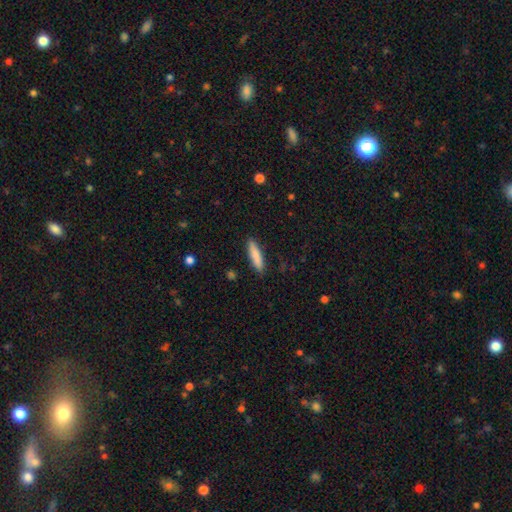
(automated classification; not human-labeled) This is clearly a smooth galaxy (83%). How rounded: clearly cigar-shaped (80%). Merging: clearly none (89%).